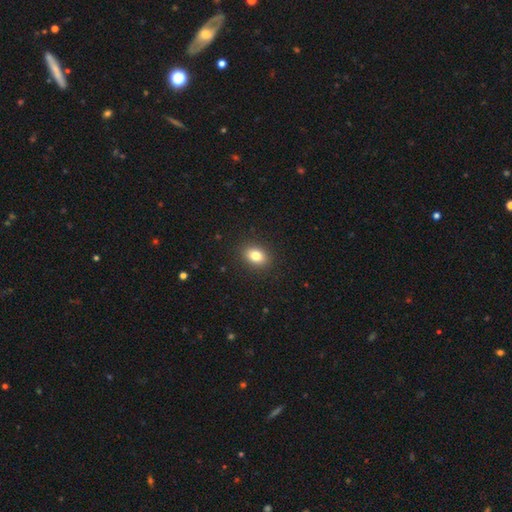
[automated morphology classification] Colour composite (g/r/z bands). It shows a smooth galaxy with no disk features (82%) that is in between round and cigar-shaped (69%). Merging: none (89%).